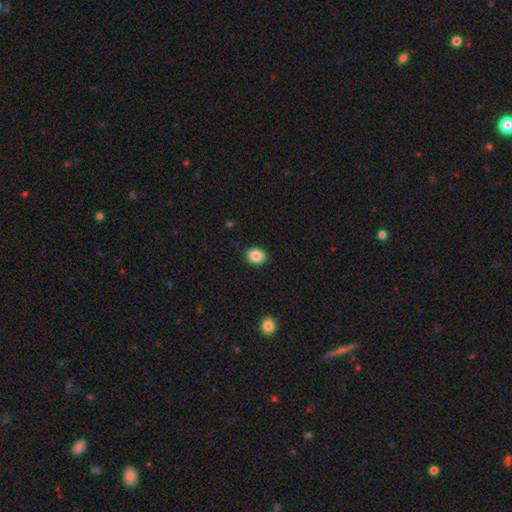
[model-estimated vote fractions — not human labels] Q: Smooth or featured?
A: smooth (88%); runner-up: star or artifact (8%)
Q: How rounded?
A: in between (57%); runner-up: round (43%)
Q: Merging?
A: none (89%); runner-up: minor disturbance (8%)